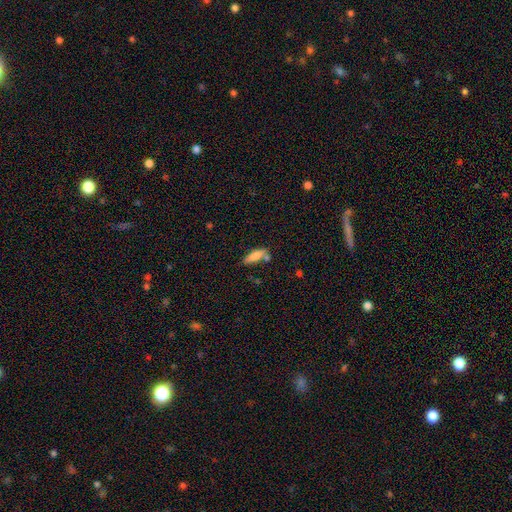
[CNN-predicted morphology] Smooth or featured: smooth — 75% (featured or disk — 18%)
How rounded: cigar-shaped — 54% (in between — 44%)
Merging: none — 62% (minor disturbance — 18%)